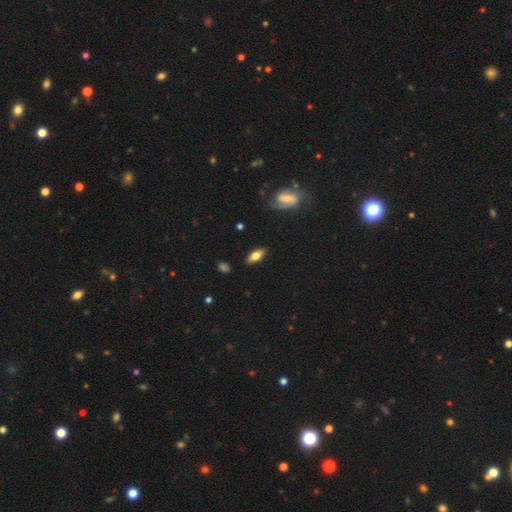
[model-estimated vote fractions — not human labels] Overall: smooth (56%; featured or disk 37%). How rounded: in between (76%). Merging: none (85%).